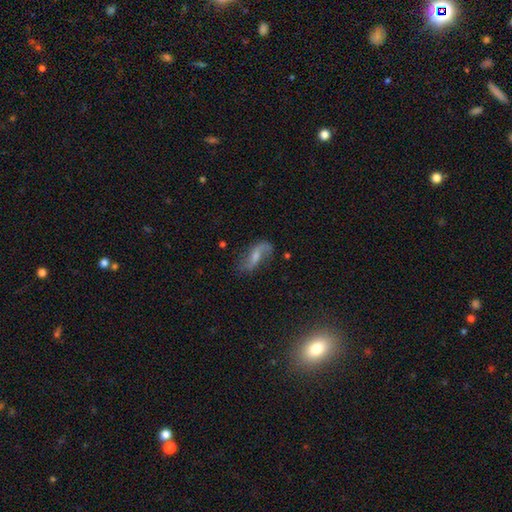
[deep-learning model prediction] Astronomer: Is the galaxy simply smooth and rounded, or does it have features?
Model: featured or disk — 74%.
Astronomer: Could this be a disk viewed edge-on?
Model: no — 92%.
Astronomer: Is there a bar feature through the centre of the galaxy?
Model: weak — 43% (runner-up: no, 34%).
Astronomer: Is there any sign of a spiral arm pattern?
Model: yes — 92%.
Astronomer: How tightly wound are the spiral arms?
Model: loose — 82%.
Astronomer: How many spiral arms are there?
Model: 2 — 88%.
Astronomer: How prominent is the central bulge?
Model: small — 44% (runner-up: moderate, 35%).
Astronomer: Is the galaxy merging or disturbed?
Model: none — 67%.